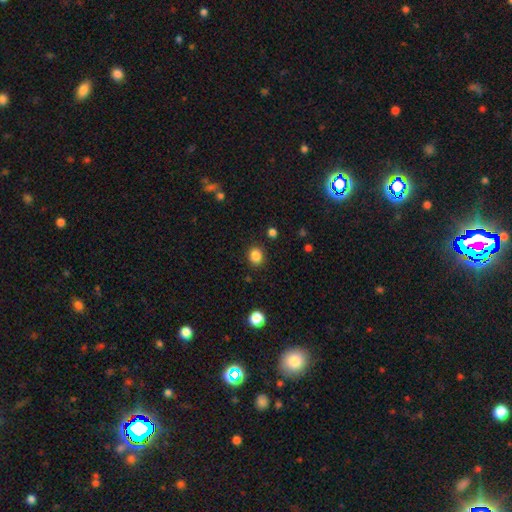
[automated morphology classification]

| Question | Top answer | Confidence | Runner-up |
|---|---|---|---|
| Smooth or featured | smooth | 86% | star or artifact (11%) |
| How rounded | round | 61% | in between (38%) |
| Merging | none | 87% | minor disturbance (8%) |